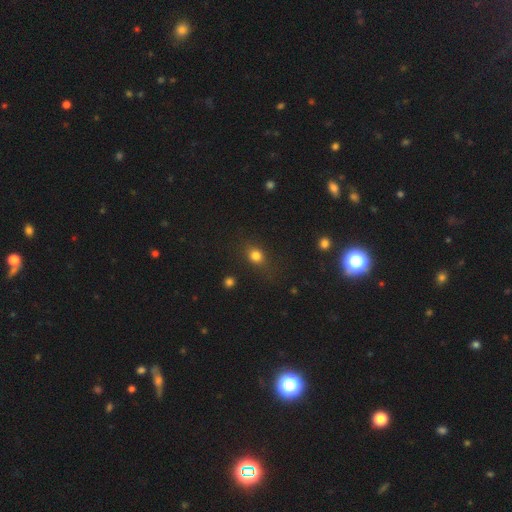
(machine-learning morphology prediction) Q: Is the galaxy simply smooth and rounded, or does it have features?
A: smooth — 79%.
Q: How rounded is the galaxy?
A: round — 58%.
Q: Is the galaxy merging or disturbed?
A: none — 77%.